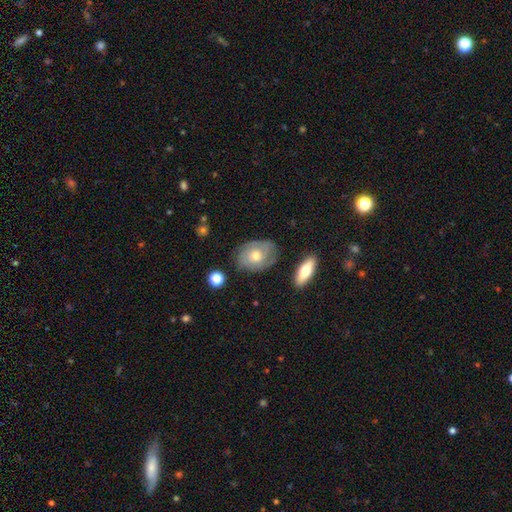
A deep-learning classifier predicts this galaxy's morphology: This appears to be a featured or disk galaxy (63%) with no bar (80%), spiral arms (82%) and a moderate central bulge (68%). Merging: none (74%).